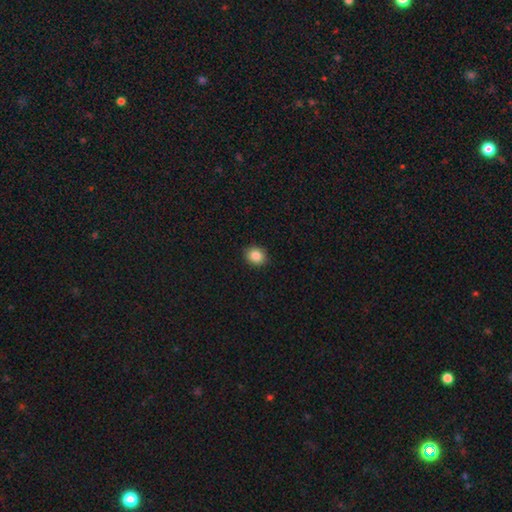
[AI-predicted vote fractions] Smooth or featured? Predicted: smooth (p=0.87). How rounded? Predicted: round (p=0.63). Merging? Predicted: none (p=0.90).